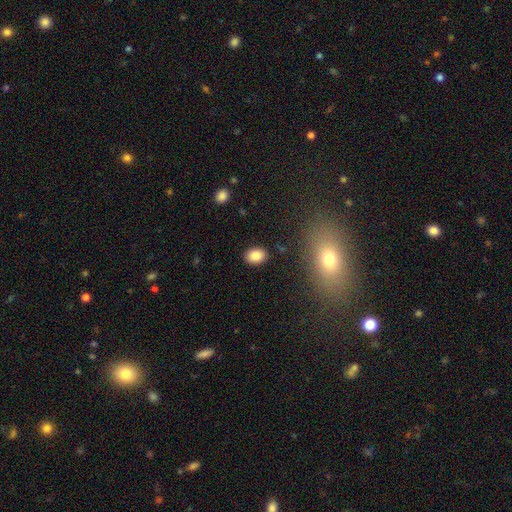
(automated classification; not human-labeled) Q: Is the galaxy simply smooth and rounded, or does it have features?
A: smooth — 85%.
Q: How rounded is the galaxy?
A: in between — 69%.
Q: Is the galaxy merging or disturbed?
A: none — 87%.